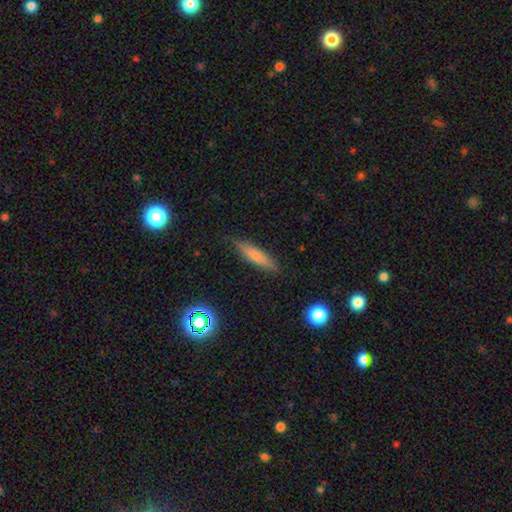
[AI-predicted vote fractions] The model was most divided on "smooth or featured": smooth: 72%, featured or disk: 20%, star or artifact: 8%. More confident: merging — none (84%); how rounded — cigar-shaped (81%).